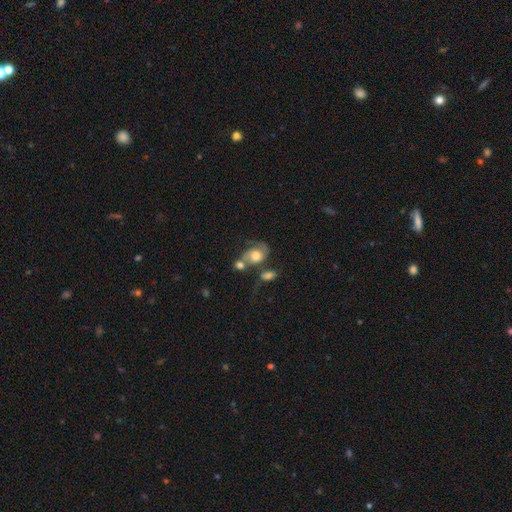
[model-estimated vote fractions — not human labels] Smooth or featured?
  - smooth: 46% * (tied)
  - featured or disk: 46% * (tied)
  - star or artifact: 8%
Merging?
  - merger: 39% *
  - none: 28%
  - minor disturbance: 17%
  - major disturbance: 16%